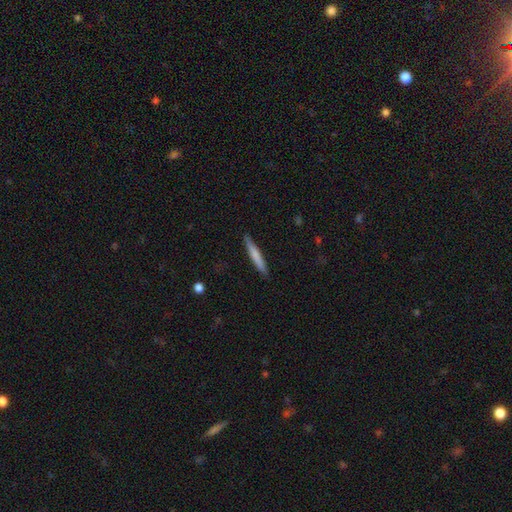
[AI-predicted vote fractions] Q: Smooth or featured?
A: smooth (69%); runner-up: featured or disk (25%)
Q: How rounded?
A: cigar-shaped (95%); runner-up: in between (4%)
Q: Merging?
A: none (89%); runner-up: minor disturbance (8%)